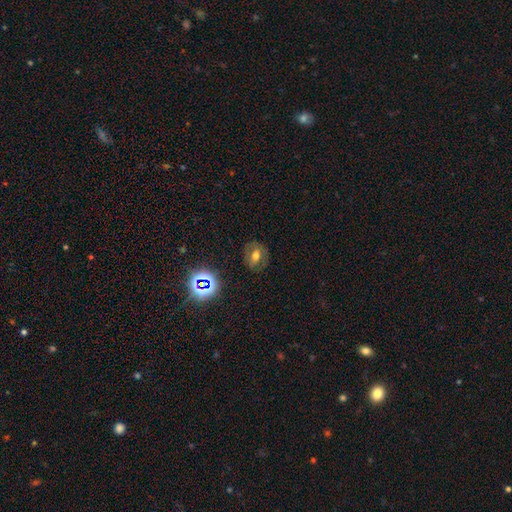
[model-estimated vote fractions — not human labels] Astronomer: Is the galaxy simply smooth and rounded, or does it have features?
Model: smooth — 46% (runner-up: featured or disk, 34%).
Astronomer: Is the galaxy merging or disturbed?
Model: none — 79%.